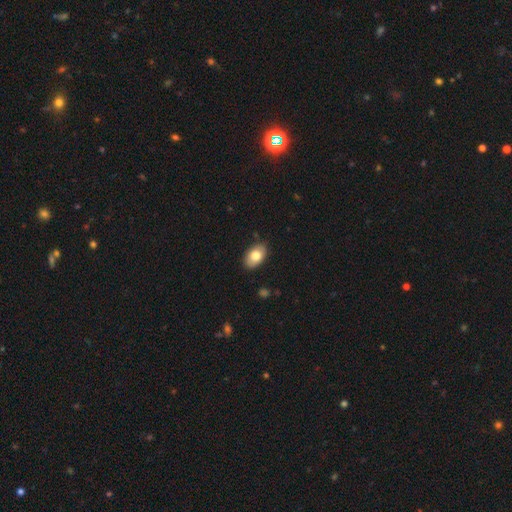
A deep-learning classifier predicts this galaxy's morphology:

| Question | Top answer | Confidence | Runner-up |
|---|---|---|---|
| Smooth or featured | smooth | 79% | featured or disk (14%) |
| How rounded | in between | 90% | round (8%) |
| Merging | none | 86% | minor disturbance (11%) |